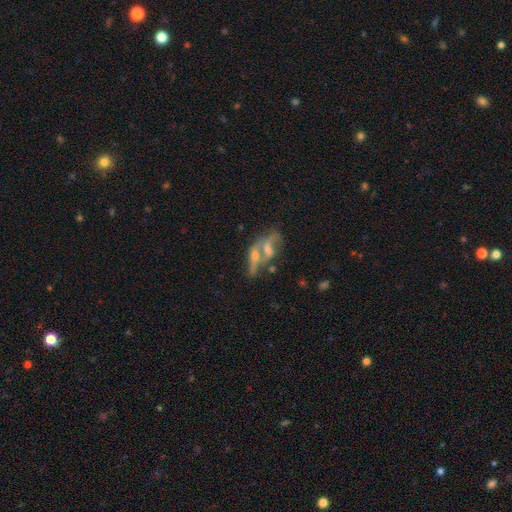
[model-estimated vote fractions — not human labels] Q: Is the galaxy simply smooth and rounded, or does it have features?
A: featured or disk — 60%.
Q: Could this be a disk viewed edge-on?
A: no — 65%.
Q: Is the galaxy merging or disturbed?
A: merger — 50%.